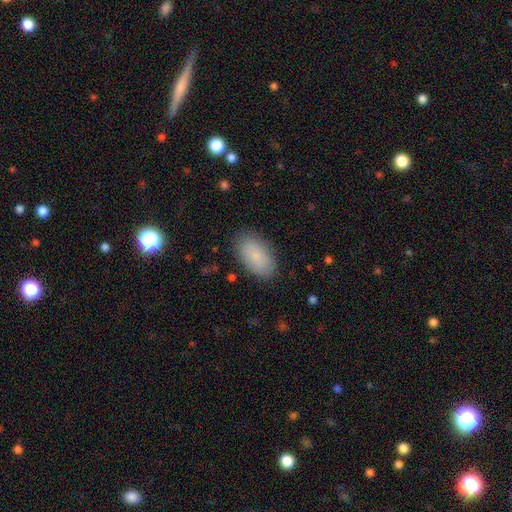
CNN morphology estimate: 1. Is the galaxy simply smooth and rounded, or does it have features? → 84% smooth, 9% featured or disk, 8% star or artifact.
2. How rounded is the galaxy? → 94% in between, 4% round, 2% cigar-shaped.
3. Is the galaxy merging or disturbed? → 86% none, 10% minor disturbance, 3% major disturbance, 1% merger.